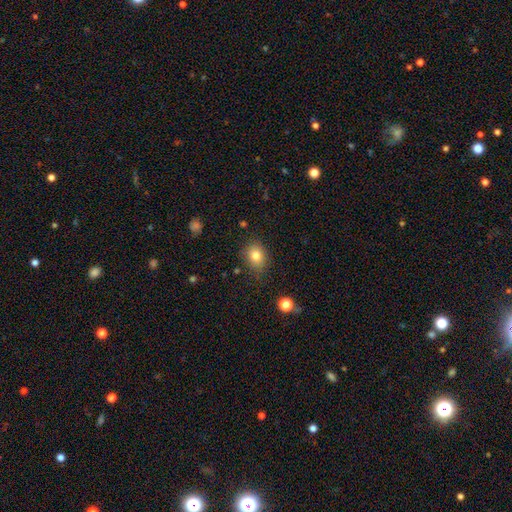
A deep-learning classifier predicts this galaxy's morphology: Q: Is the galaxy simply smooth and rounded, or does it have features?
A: smooth — 80%.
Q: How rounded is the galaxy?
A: round — 54%.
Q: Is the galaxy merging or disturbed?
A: none — 80%.